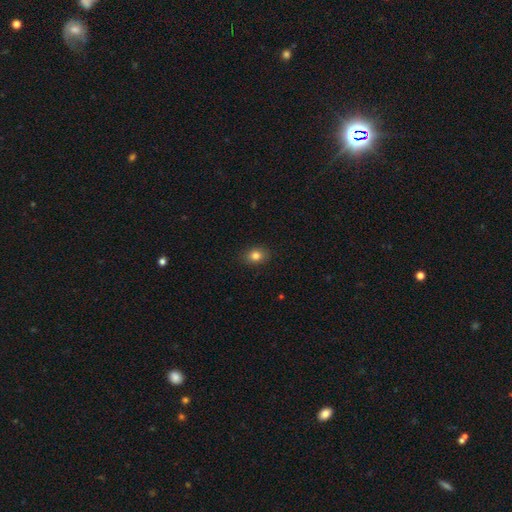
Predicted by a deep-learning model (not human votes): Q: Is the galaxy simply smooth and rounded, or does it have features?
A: smooth — 81%.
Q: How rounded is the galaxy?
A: in between — 54%.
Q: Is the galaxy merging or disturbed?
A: none — 88%.